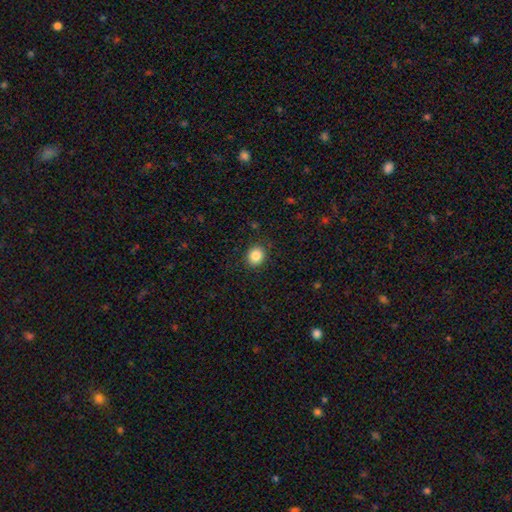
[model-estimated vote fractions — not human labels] Smooth or featured? smooth (85%)
How rounded? round (73%)
Merging? none (89%)